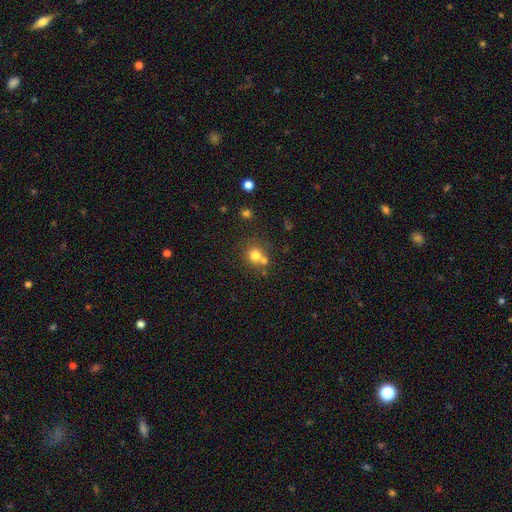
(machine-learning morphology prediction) This is likely a smooth galaxy (75%). How rounded: clearly round (87%). Merging: possibly none (56%).